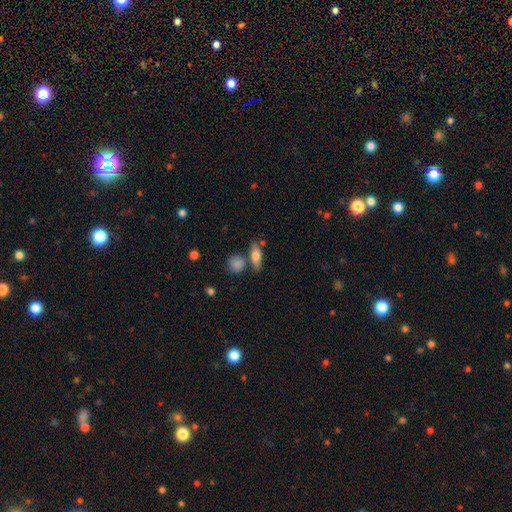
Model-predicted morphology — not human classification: A smooth galaxy with no disk features (72%) that is in between round and cigar-shaped (61%).

Vote fractions:
- Smooth or featured? smooth: 72% / featured or disk: 20% / star or artifact: 8%
- How rounded? in between: 61% / cigar-shaped: 32% / round: 7%
- Merging? none: 68% / merger: 14% / minor disturbance: 14% / major disturbance: 4%